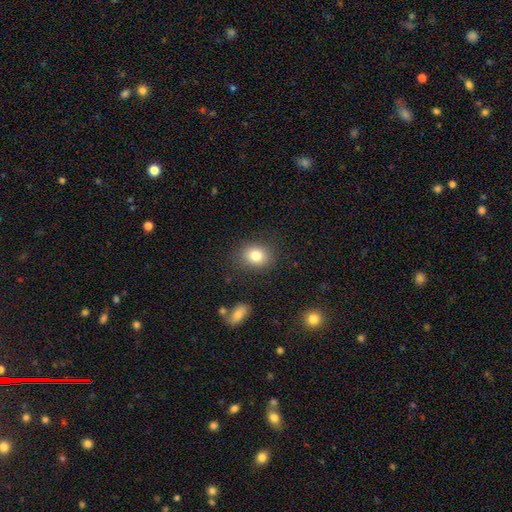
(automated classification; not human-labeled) smooth_or_featured: smooth (p=0.81) [alt: star or artifact p=0.10]
how_rounded: round (p=0.57) [alt: in between p=0.42]
merging: none (p=0.84) [alt: minor disturbance p=0.10]